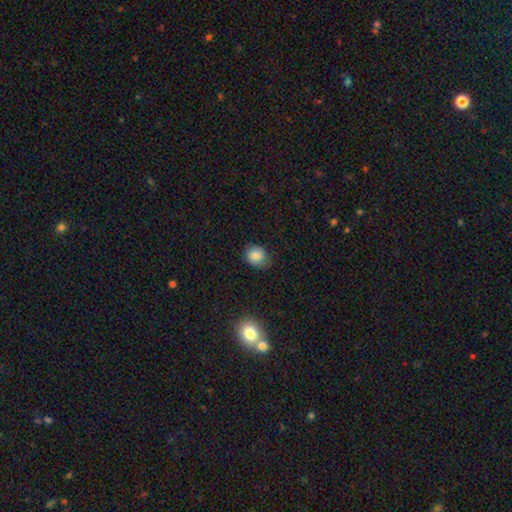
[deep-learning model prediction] A smooth galaxy with no disk features (80%) that is round (62%). Merging: none (77%).